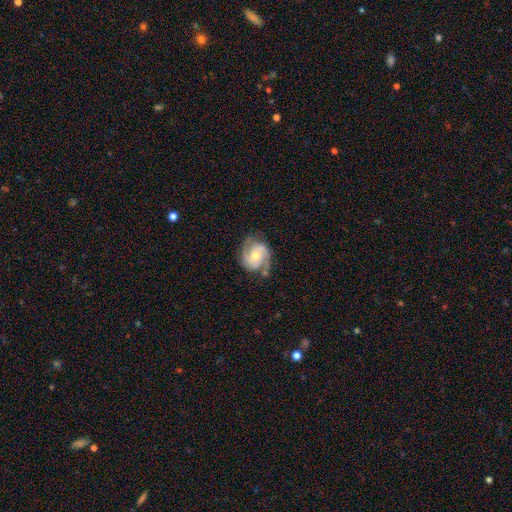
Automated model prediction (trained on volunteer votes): Smooth or featured? Predicted: featured or disk (p=0.79). Edge-on disk? Predicted: no (p=0.98). Bar? Predicted: no (p=0.63). Spiral arms? Predicted: yes (p=0.94). Spiral winding? Predicted: medium (p=0.45). Spiral arm count? Predicted: 2 (p=0.67). Bulge size? Predicted: moderate (p=0.54). Merging? Predicted: none (p=0.64).